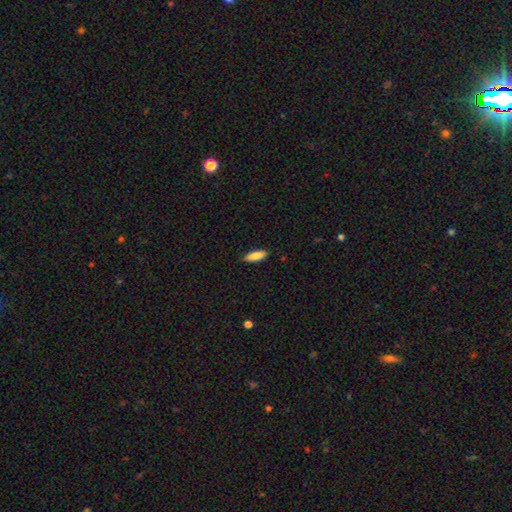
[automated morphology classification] Overall: smooth (87%). How rounded: in between (59%; cigar-shaped 40%). Merging: none (87%).